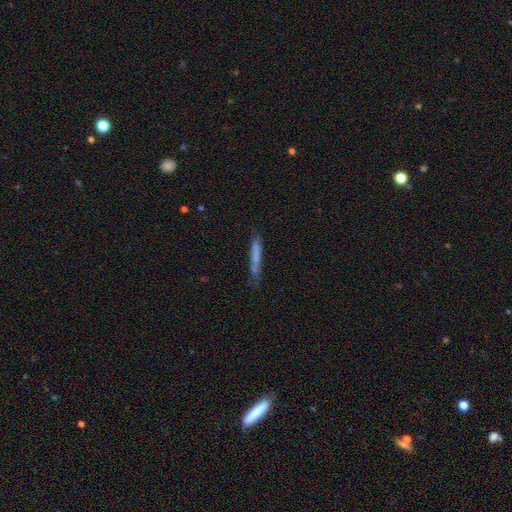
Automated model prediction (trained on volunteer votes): Smooth or featured? Predicted: smooth (p=0.68). How rounded? Predicted: cigar-shaped (p=0.94). Merging? Predicted: none (p=0.69).